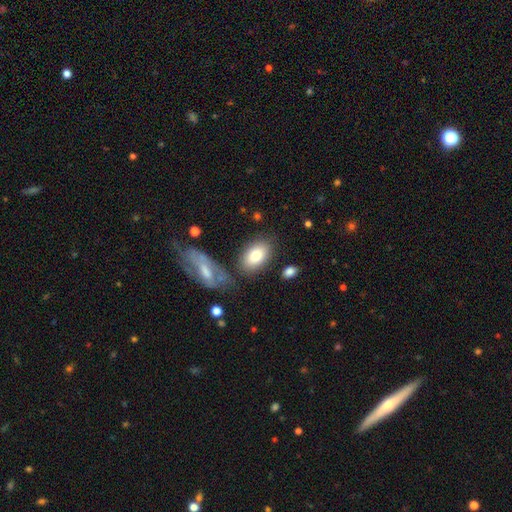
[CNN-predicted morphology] Smooth or featured? Predicted: smooth (p=0.79). How rounded? Predicted: in between (p=0.90). Merging? Predicted: none (p=0.73).